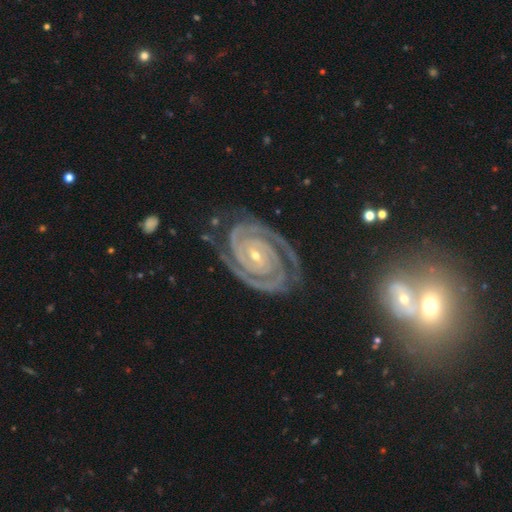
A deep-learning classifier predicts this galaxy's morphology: Q: Smooth or featured?
A: featured or disk (93%); runner-up: star or artifact (4%)
Q: Edge-on disk?
A: no (97%); runner-up: yes (3%)
Q: Bar?
A: no (53%); runner-up: weak (25%)
Q: Spiral arms?
A: yes (99%); runner-up: no (1%)
Q: Spiral winding?
A: tight (87%); runner-up: medium (12%)
Q: Spiral arm count?
A: 2 (83%); runner-up: 3 (6%)
Q: Bulge size?
A: small (71%); runner-up: moderate (26%)
Q: Merging?
A: none (79%); runner-up: minor disturbance (14%)